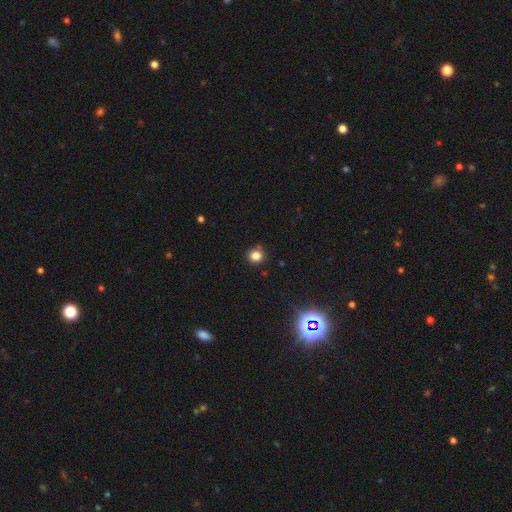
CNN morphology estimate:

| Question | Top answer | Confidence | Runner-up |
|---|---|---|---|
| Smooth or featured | smooth | 82% | star or artifact (14%) |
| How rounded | round | 92% | in between (7%) |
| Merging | none | 85% | minor disturbance (9%) |